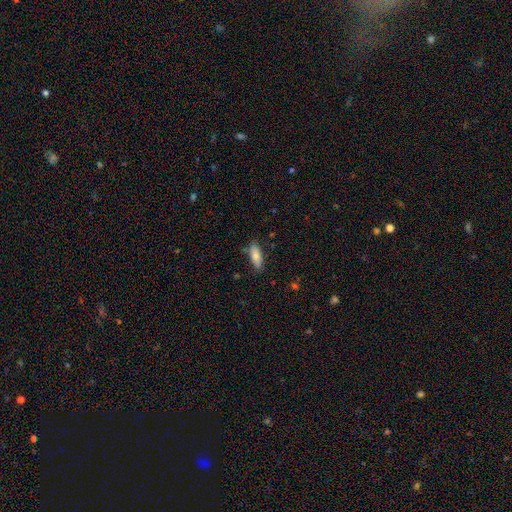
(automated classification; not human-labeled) A smooth galaxy with no disk features (77%) that is in between round and cigar-shaped (65%). Merging: none (79%).